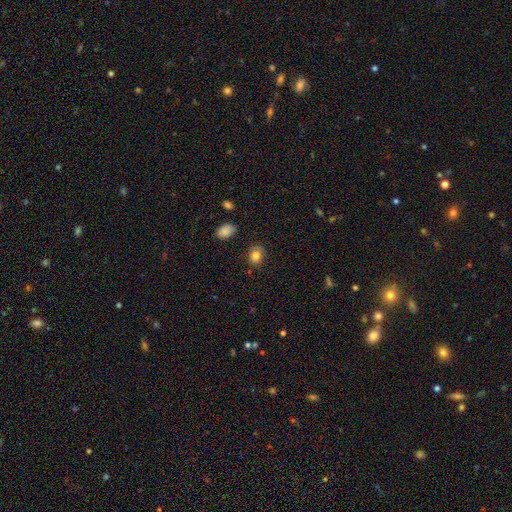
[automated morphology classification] A smooth galaxy with no disk features (81%) that is round (56%).

Vote fractions:
- Smooth or featured? smooth: 81% / star or artifact: 10% / featured or disk: 9%
- How rounded? round: 56% / in between: 43% / cigar-shaped: 1%
- Merging? none: 70% / minor disturbance: 22% / major disturbance: 6% / merger: 2%